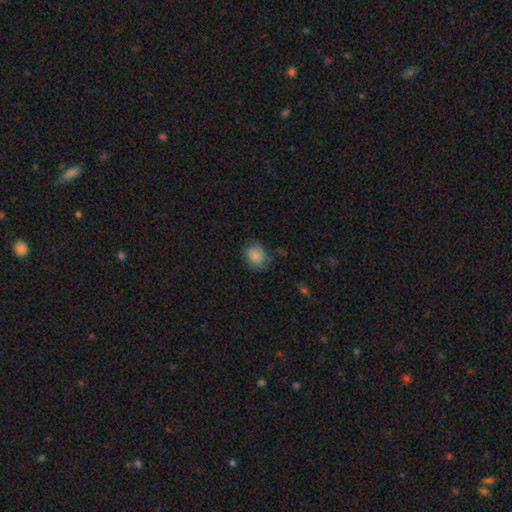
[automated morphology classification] Overall: smooth (80%). How rounded: in between (56%; round 43%). Merging: none (66%).